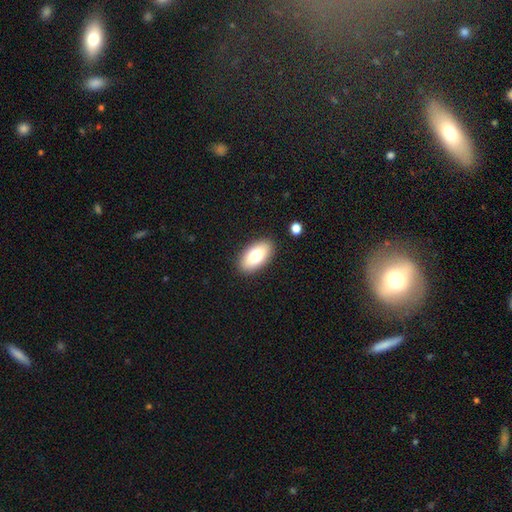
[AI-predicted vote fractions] A smooth galaxy with no disk features (77%) that is in between round and cigar-shaped (94%). Merging: none (89%).